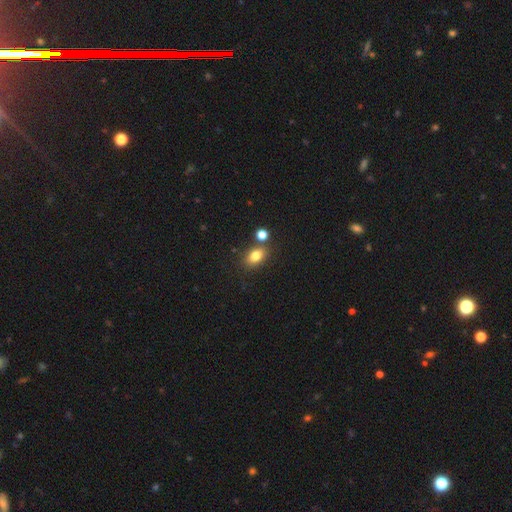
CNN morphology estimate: Q: Smooth or featured?
A: smooth (81%); runner-up: star or artifact (11%)
Q: How rounded?
A: in between (77%); runner-up: round (21%)
Q: Merging?
A: none (69%); runner-up: merger (16%)